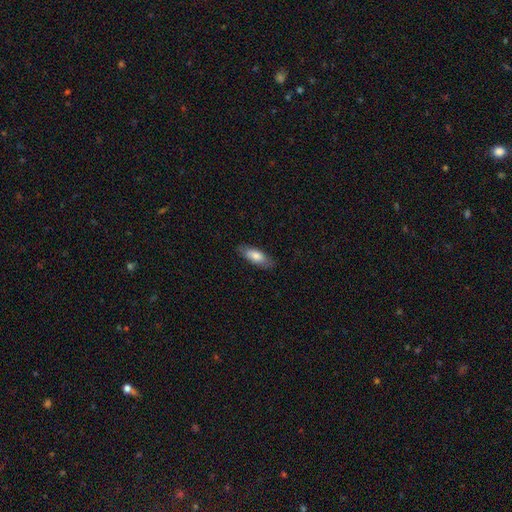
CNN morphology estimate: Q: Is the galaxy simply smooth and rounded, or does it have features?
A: smooth — 76%.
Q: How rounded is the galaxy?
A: in between — 73%.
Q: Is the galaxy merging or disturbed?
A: none — 83%.